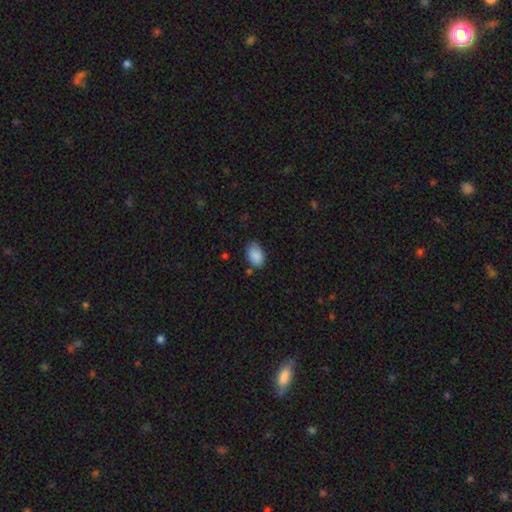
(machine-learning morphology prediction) Smooth or featured? Predicted: smooth (p=0.87). How rounded? Predicted: in between (p=0.89). Merging? Predicted: none (p=0.67).